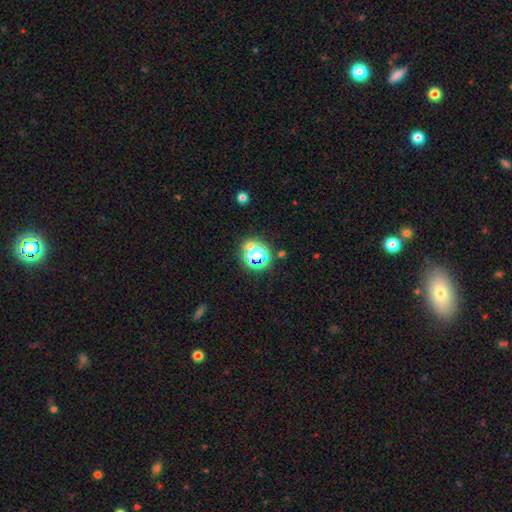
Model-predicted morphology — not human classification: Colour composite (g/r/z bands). It shows a star or artifact, not a galaxy (55%).